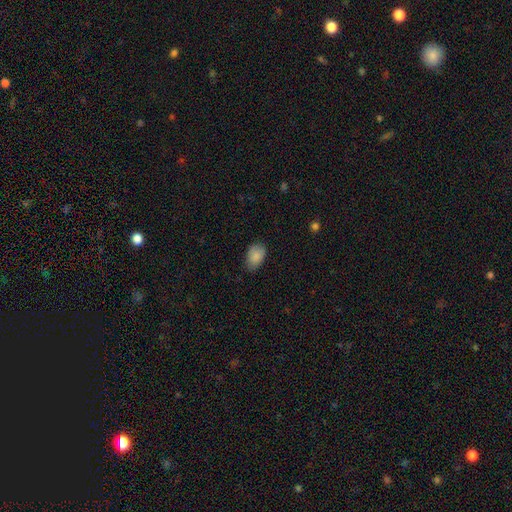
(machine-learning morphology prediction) Overall: smooth (88%). How rounded: in between (85%). Merging: none (71%).